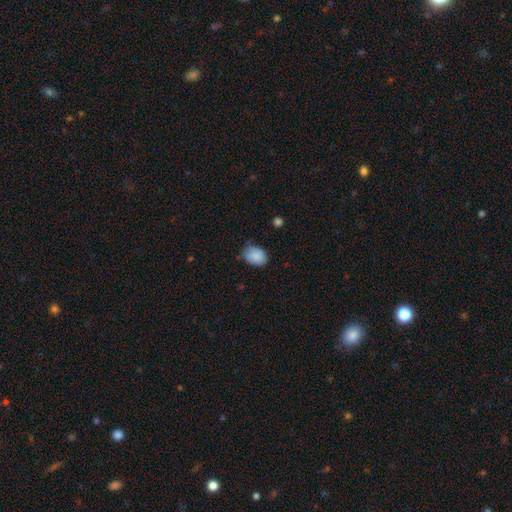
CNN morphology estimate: Smooth or featured: smooth — 86% (star or artifact — 8%)
How rounded: in between — 64% (round — 35%)
Merging: none — 63% (minor disturbance — 30%)